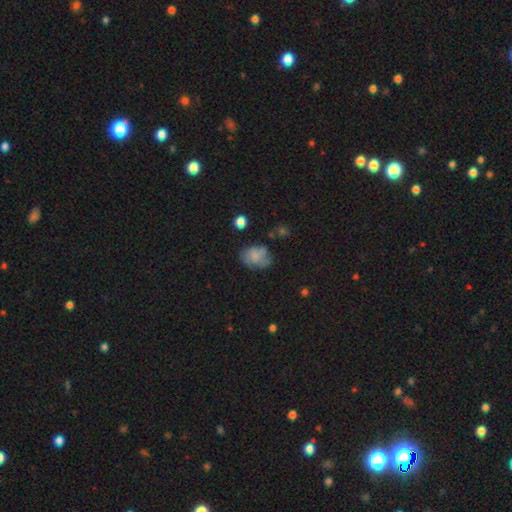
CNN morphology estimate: This is likely a smooth galaxy (67%). How rounded: likely in between (63%). Merging: possibly none (55%).